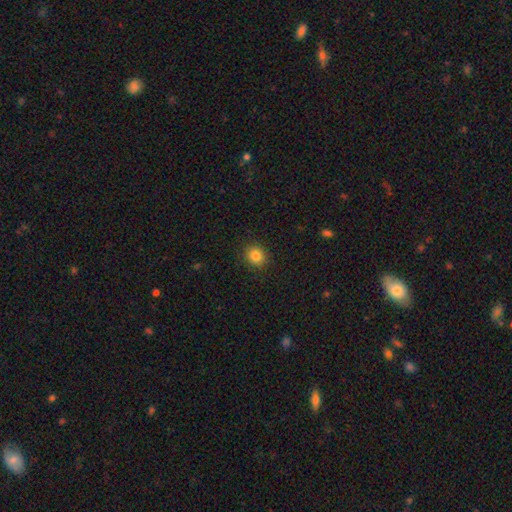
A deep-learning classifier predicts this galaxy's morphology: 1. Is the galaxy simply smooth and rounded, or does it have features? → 84% smooth, 11% star or artifact, 5% featured or disk.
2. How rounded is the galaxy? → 80% round, 20% in between, 1% cigar-shaped.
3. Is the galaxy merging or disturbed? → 91% none, 6% minor disturbance, 2% major disturbance, 1% merger.